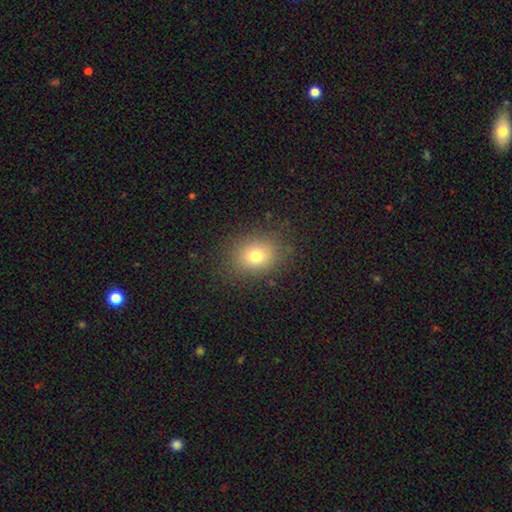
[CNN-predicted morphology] Q: Smooth or featured?
A: smooth (75%); runner-up: star or artifact (14%)
Q: How rounded?
A: round (54%); runner-up: in between (45%)
Q: Merging?
A: none (84%); runner-up: minor disturbance (11%)